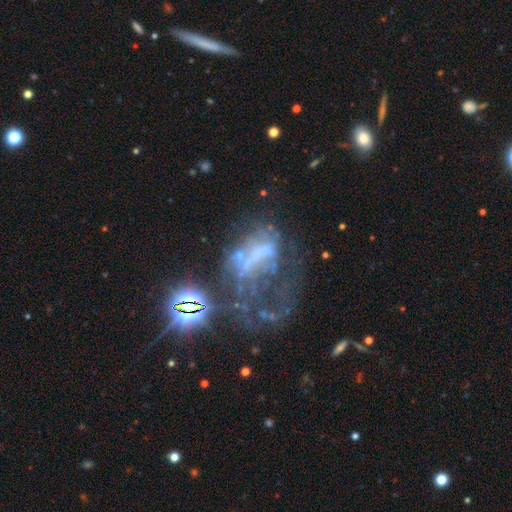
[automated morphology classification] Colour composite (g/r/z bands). It shows a featured or disk galaxy (54%) with no bar (77%), no spiral arms (83%) and no central bulge (71%). Merging: major disturbance (54%).